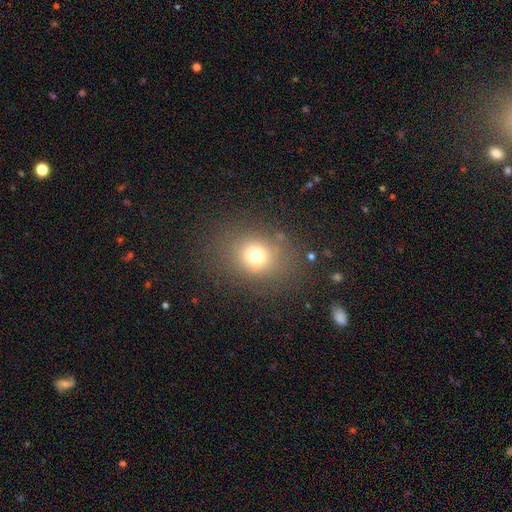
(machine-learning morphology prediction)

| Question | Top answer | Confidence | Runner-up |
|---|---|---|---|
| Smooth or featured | smooth | 71% | star or artifact (17%) |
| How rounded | round | 63% | in between (36%) |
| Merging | none | 80% | minor disturbance (11%) |